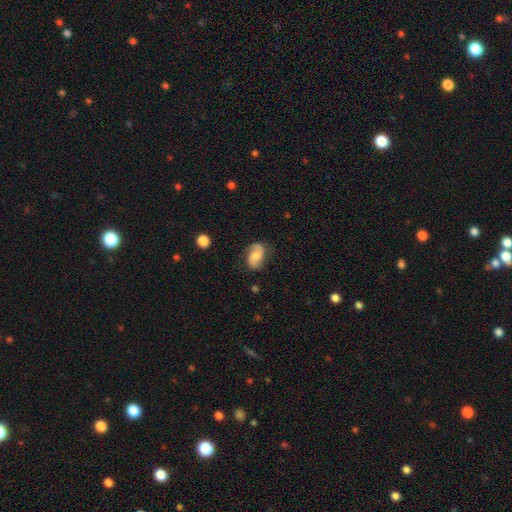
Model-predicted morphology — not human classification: smooth-or-featured: featured or disk: 61% | smooth: 31% | star or artifact: 7%
  disk-edge-on: no: 97% | yes: 3%
    bar: no: 57% | weak: 36% | strong: 7%
    has-spiral-arms: yes: 93% | no: 7%
      spiral-winding: medium: 42% | loose: 39% | tight: 19%
      spiral-arm-count: 2: 87% | can't tell: 5% | 1: 5% | 3: 1% | 4: 1% | more than 4: 1%
    bulge-size: moderate: 45% | small: 30% | none: 13% | large: 10% | dominant: 2%
  merging: none: 74% | minor disturbance: 19% | major disturbance: 6% | merger: 2%